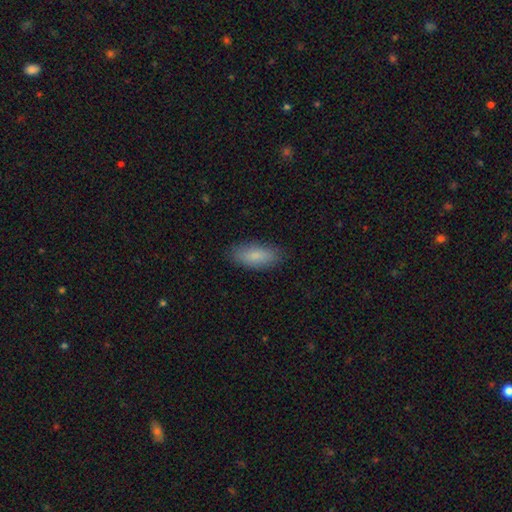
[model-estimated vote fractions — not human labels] Smooth or featured?
  - smooth: 85% *
  - featured or disk: 9%
  - star or artifact: 6%
How rounded?
  - in between: 79% *
  - cigar-shaped: 19%
  - round: 2%
Merging?
  - none: 86% *
  - minor disturbance: 11%
  - major disturbance: 3%
  - merger: 1%